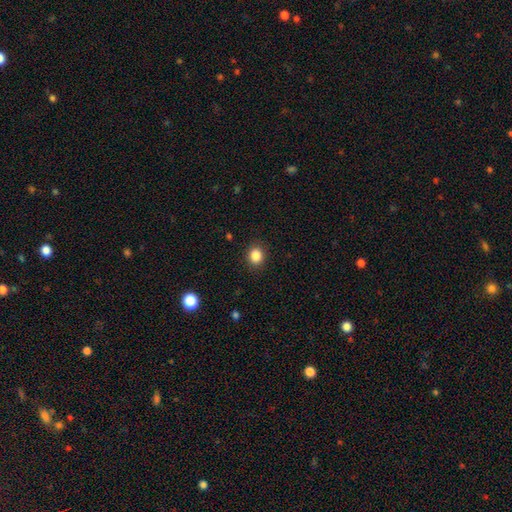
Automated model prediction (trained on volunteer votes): Morphology: type=smooth (86%); roundness=round (72%); merging=none (89%).